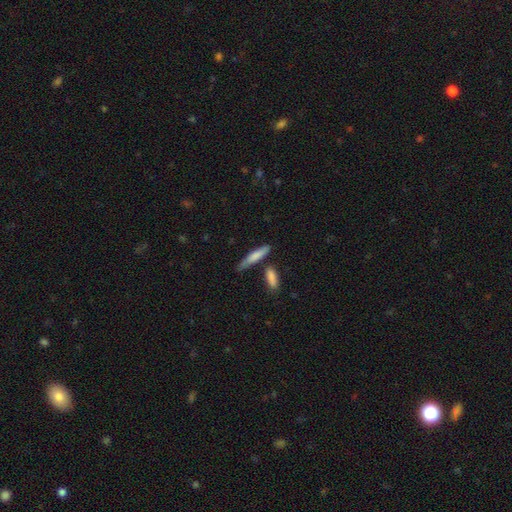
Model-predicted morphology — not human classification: Smooth or featured? Predicted: smooth (p=0.73). How rounded? Predicted: cigar-shaped (p=0.83). Merging? Predicted: none (p=0.64).